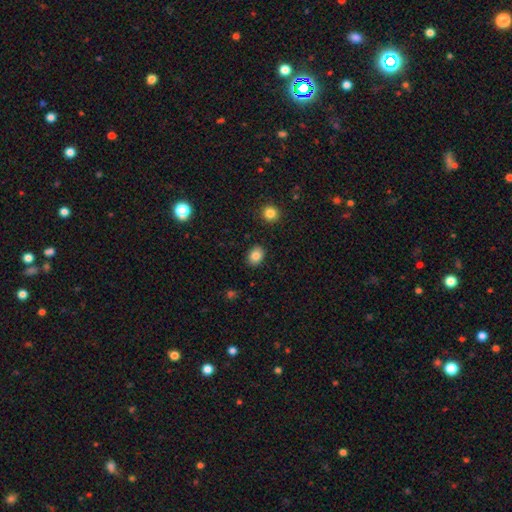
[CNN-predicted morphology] This appears to be a smooth galaxy with no disk features (84%) that is in between round and cigar-shaped (64%). Merging: none (88%).